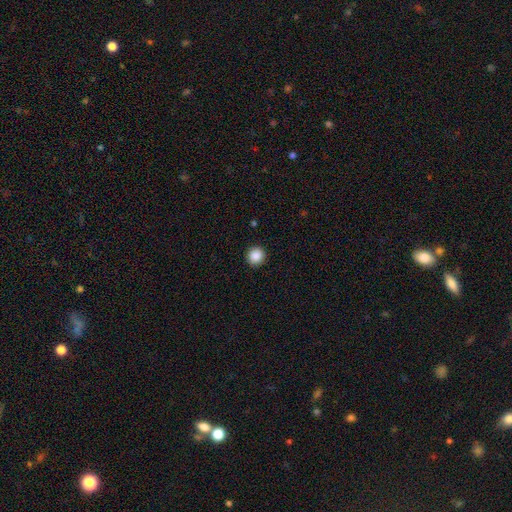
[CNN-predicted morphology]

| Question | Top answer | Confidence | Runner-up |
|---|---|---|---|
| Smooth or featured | smooth | 88% | star or artifact (9%) |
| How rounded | round | 94% | in between (5%) |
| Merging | none | 92% | minor disturbance (5%) |